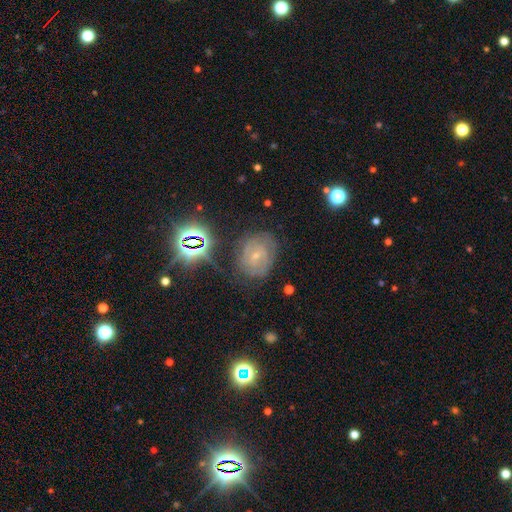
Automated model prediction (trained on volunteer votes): smooth_or_featured: featured or disk (p=0.67) [alt: smooth p=0.17]
disk_edge_on: no (p=0.97) [alt: yes p=0.03]
bar: no (p=0.56) [alt: weak p=0.34]
has_spiral_arms: yes (p=0.89) [alt: no p=0.11]
spiral_winding: tight (p=0.66) [alt: medium p=0.27]
spiral_arm_count: can't tell (p=0.40) [alt: 2 p=0.30]
bulge_size: small (p=0.70) [alt: moderate p=0.25]
merging: none (p=0.70) [alt: minor disturbance p=0.20]